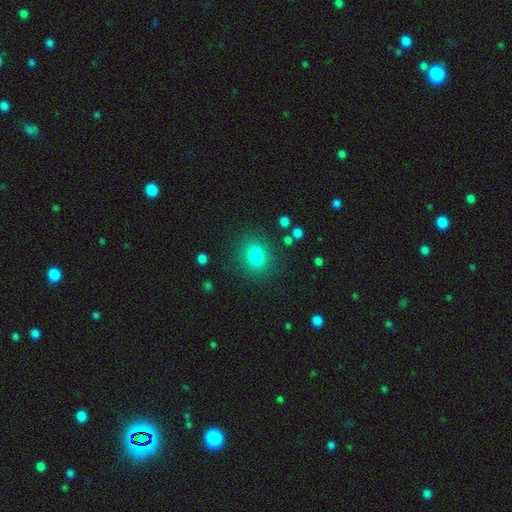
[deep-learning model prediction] Smooth or featured? smooth (81%)
How rounded? round (73%)
Merging? none (86%)